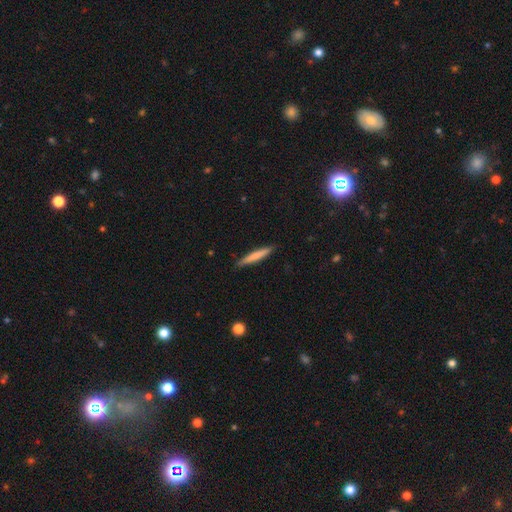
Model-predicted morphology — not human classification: smooth_or_featured: smooth (p=0.73) [alt: featured or disk p=0.22]
how_rounded: cigar-shaped (p=0.95) [alt: in between p=0.04]
merging: none (p=0.89) [alt: minor disturbance p=0.09]